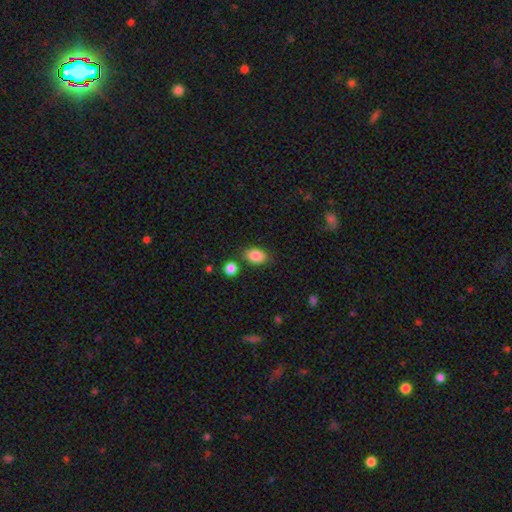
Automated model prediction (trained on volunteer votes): This appears to be a smooth galaxy with no disk features (86%) that is in between round and cigar-shaped (85%). Merging: none (79%).